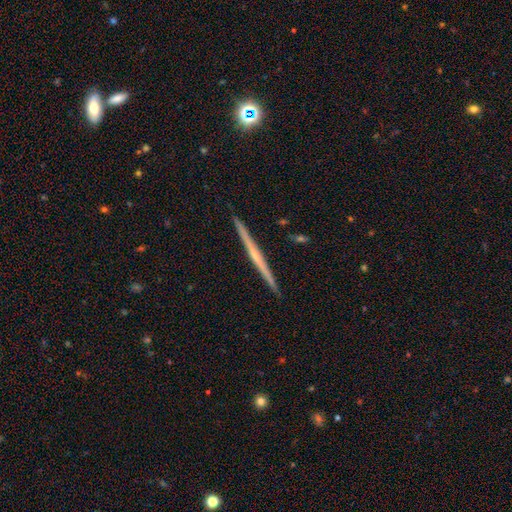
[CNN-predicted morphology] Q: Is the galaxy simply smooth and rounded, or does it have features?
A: featured or disk — 74%.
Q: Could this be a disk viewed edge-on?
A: yes — 98%.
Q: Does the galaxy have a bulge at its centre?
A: none — 53%.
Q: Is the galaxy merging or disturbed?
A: none — 93%.